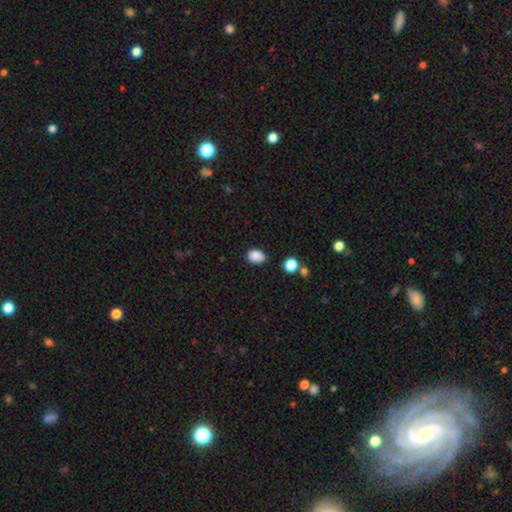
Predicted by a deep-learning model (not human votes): Smooth or featured? Predicted: smooth (p=0.87). How rounded? Predicted: in between (p=0.78). Merging? Predicted: none (p=0.79).